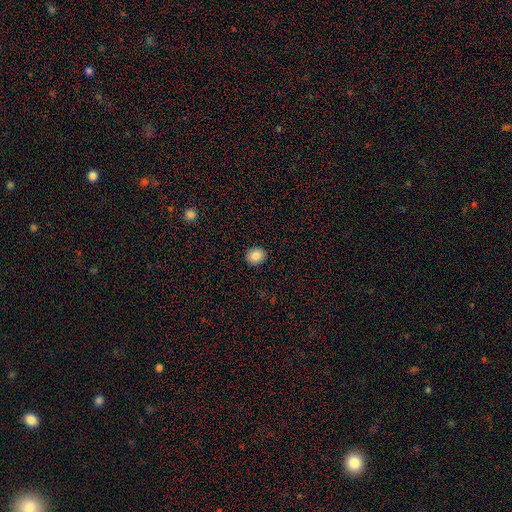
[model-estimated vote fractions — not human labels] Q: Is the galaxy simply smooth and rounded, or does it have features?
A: smooth — 86%.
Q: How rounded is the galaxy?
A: round — 71%.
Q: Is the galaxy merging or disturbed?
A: none — 91%.